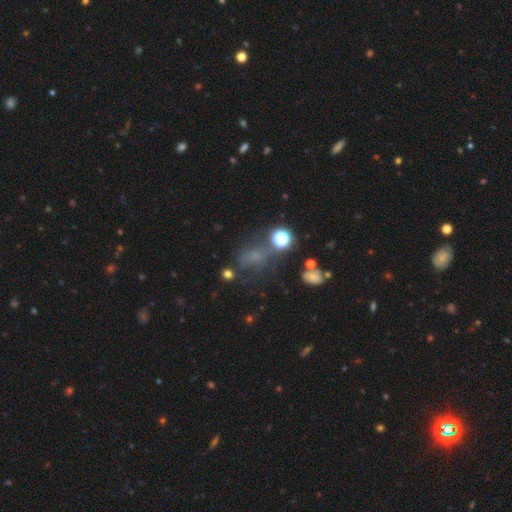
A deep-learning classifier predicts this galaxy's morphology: The model was most divided on "smooth or featured": smooth: 41%, star or artifact: 37%, featured or disk: 22%. Remaining: merging — none (45%).